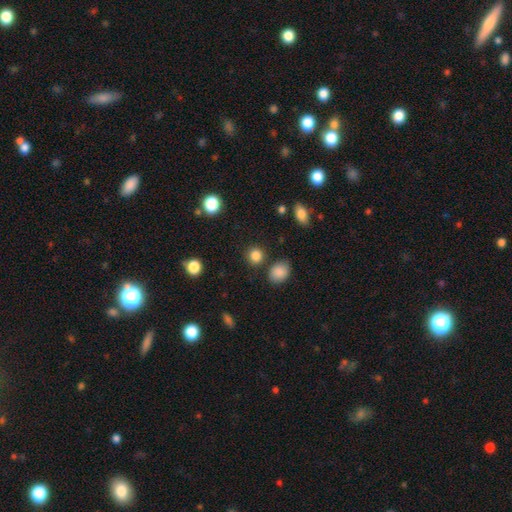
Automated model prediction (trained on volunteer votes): Overall: smooth (84%). How rounded: round (87%). Merging: none (85%).